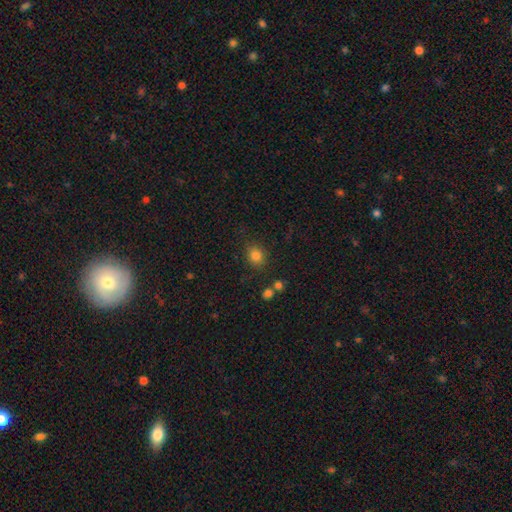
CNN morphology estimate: Smooth or featured? smooth (81%)
How rounded? round (69%)
Merging? none (81%)